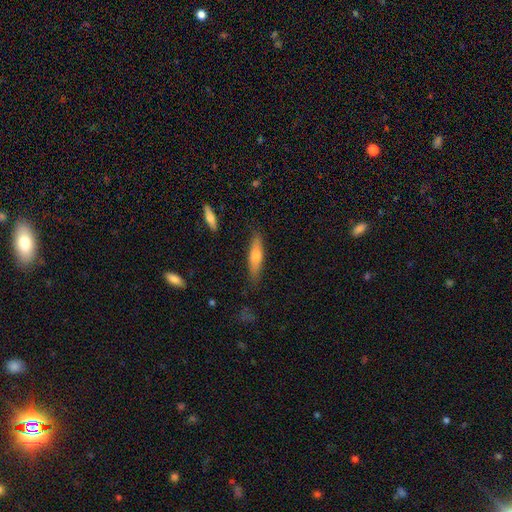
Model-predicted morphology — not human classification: smooth 53%, featured or disk 40%, star or artifact 7%. Down the decision tree: how rounded — cigar-shaped (77%); merging — none (83%).